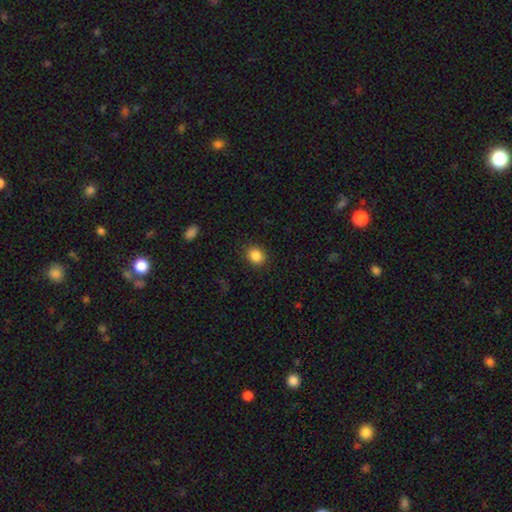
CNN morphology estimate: smooth_or_featured: smooth (p=0.85) [alt: star or artifact p=0.10]
how_rounded: round (p=0.70) [alt: in between p=0.29]
merging: none (p=0.89) [alt: minor disturbance p=0.07]